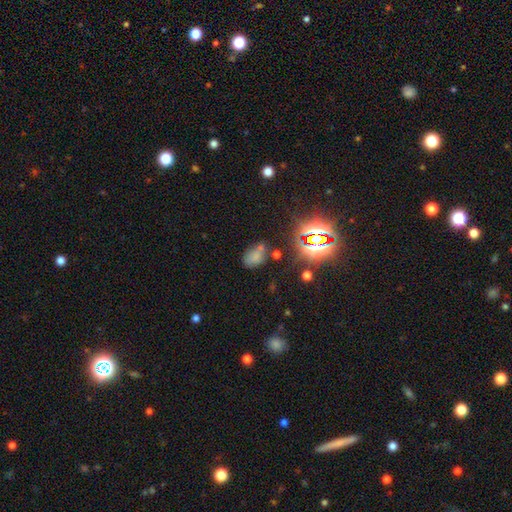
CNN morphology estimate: The model was most divided on "merging": none: 50%, minor disturbance: 23%, merger: 17%, major disturbance: 11%. More confident: how rounded — in between (84%); smooth or featured — smooth (58%).